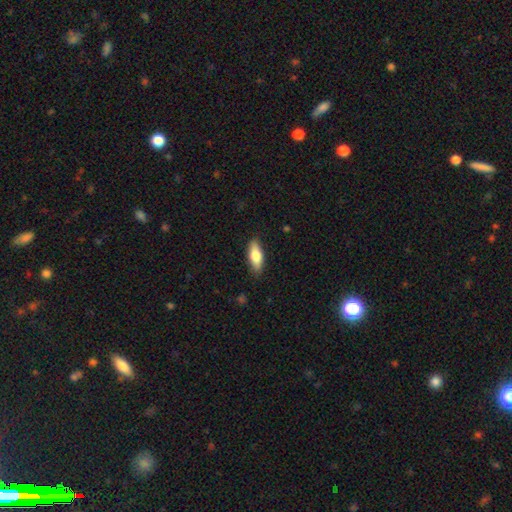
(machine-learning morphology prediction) Smooth or featured?
  - smooth: 73% *
  - featured or disk: 21%
  - star or artifact: 6%
How rounded?
  - in between: 72% *
  - cigar-shaped: 25%
  - round: 3%
Merging?
  - none: 86% *
  - minor disturbance: 11%
  - major disturbance: 2%
  - merger: 1%